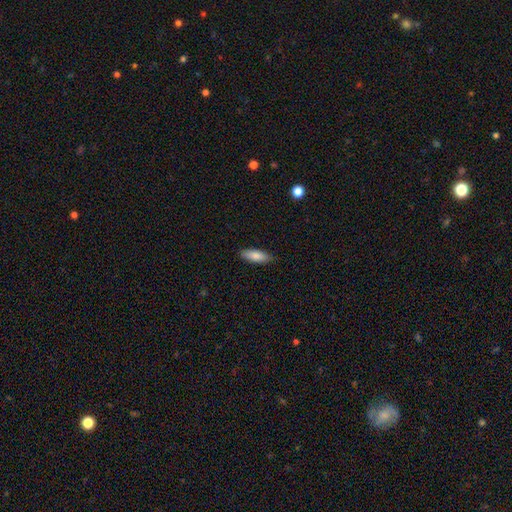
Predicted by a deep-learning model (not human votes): Overall: smooth (84%). How rounded: in between (63%; cigar-shaped 36%). Merging: none (86%).